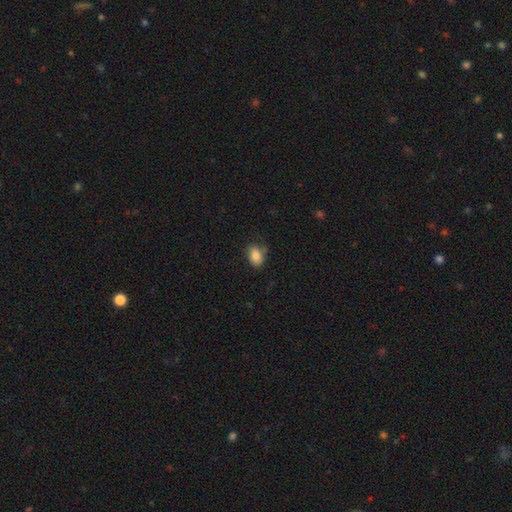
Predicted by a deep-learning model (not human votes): Morphology: type=smooth (82%); roundness=in between (77%); merging=none (63%).